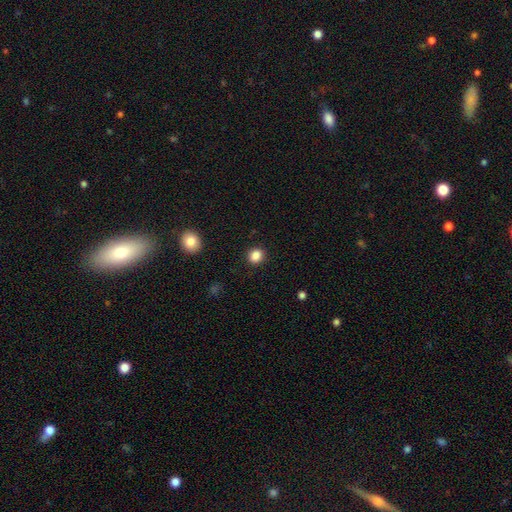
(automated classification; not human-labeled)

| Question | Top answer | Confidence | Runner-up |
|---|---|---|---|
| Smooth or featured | smooth | 86% | star or artifact (10%) |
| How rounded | round | 74% | in between (25%) |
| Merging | none | 90% | minor disturbance (7%) |